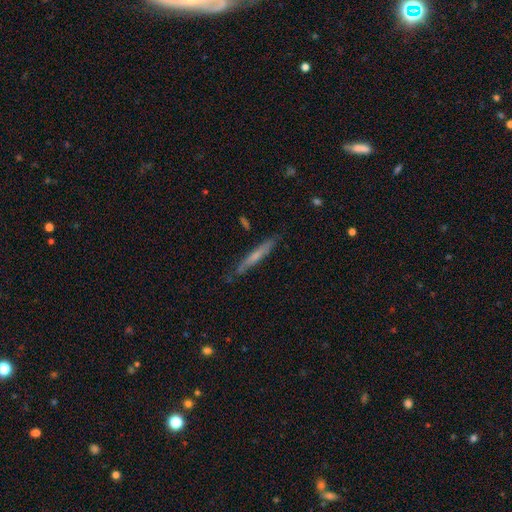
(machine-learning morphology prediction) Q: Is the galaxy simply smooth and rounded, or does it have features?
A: featured or disk — 47%.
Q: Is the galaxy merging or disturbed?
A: none — 81%.